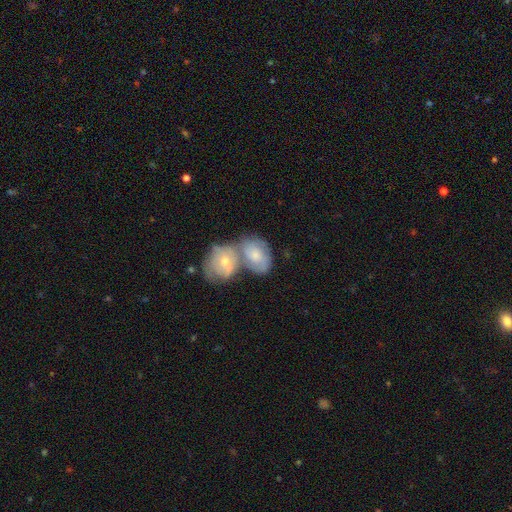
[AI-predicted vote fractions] Morphology: type=smooth (48%); merging=merger (62%).